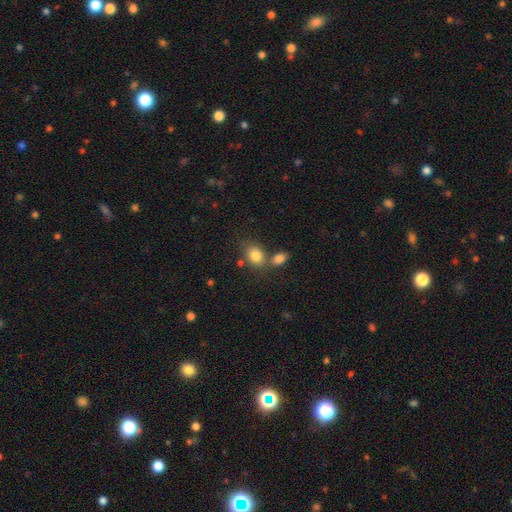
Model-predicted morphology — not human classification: Smooth or featured?
  - smooth: 83% *
  - star or artifact: 10%
  - featured or disk: 8%
How rounded?
  - in between: 61% *
  - round: 37%
  - cigar-shaped: 1%
Merging?
  - none: 52% *
  - merger: 31%
  - minor disturbance: 12%
  - major disturbance: 5%